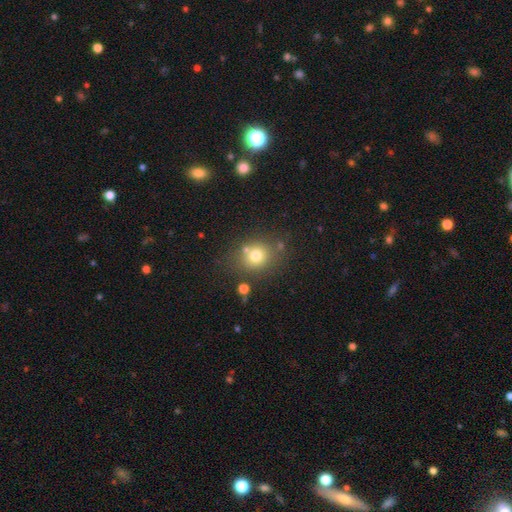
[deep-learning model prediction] This is likely a smooth galaxy (74%). How rounded: likely round (72%). Merging: likely none (73%).